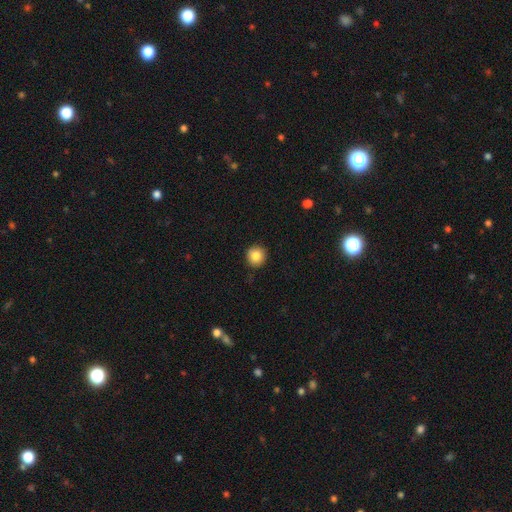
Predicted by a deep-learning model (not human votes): Smooth or featured: smooth — 85% (star or artifact — 9%)
How rounded: round — 92% (in between — 7%)
Merging: none — 89% (minor disturbance — 8%)